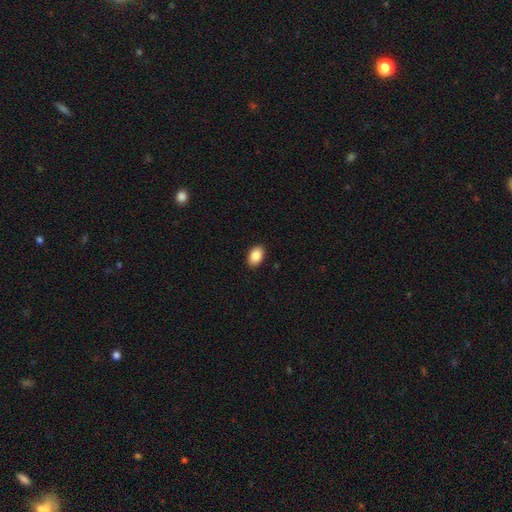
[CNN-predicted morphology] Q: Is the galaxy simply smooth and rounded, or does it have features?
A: smooth — 88%.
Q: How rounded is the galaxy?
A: in between — 90%.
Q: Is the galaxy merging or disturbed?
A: none — 90%.